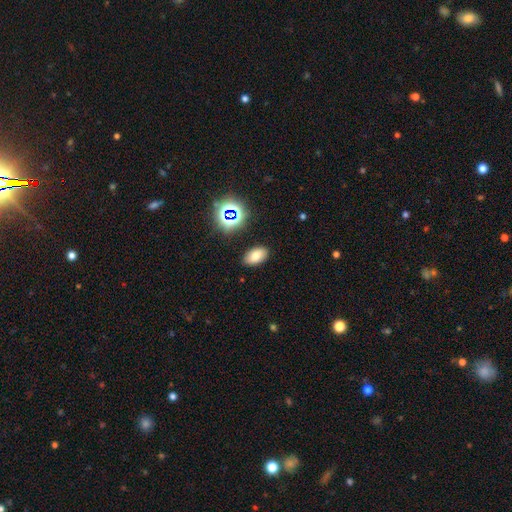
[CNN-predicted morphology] A smooth galaxy with no disk features (71%) that is in between round and cigar-shaped (91%).

Vote fractions:
- Smooth or featured? smooth: 71% / star or artifact: 17% / featured or disk: 12%
- How rounded? in between: 91% / round: 7% / cigar-shaped: 2%
- Merging? none: 86% / minor disturbance: 10% / major disturbance: 3% / merger: 2%